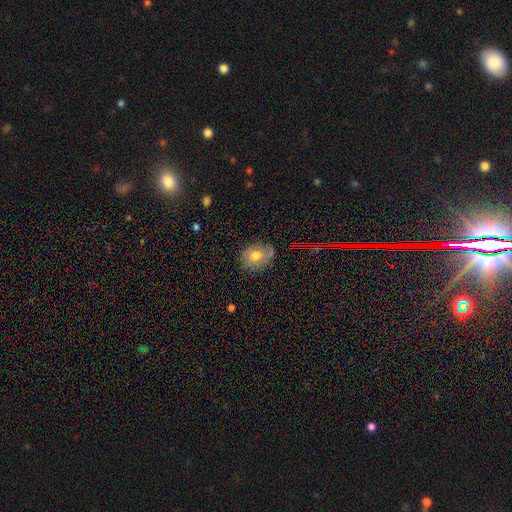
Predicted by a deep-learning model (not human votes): Smooth or featured? Predicted: smooth (p=0.62). How rounded? Predicted: in between (p=0.56). Merging? Predicted: none (p=0.74).